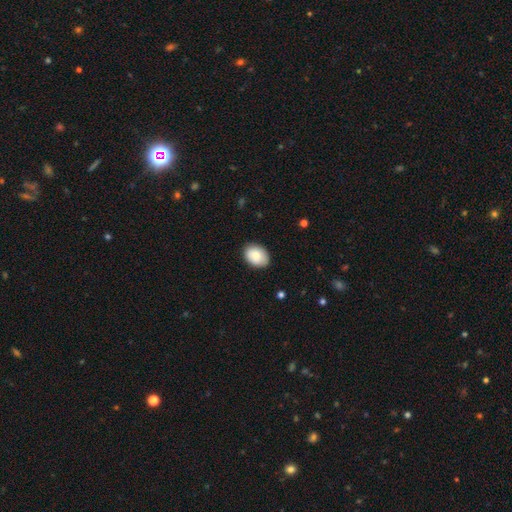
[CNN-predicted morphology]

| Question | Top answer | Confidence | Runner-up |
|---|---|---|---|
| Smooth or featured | smooth | 84% | featured or disk (10%) |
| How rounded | in between | 78% | round (21%) |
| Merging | none | 86% | minor disturbance (11%) |